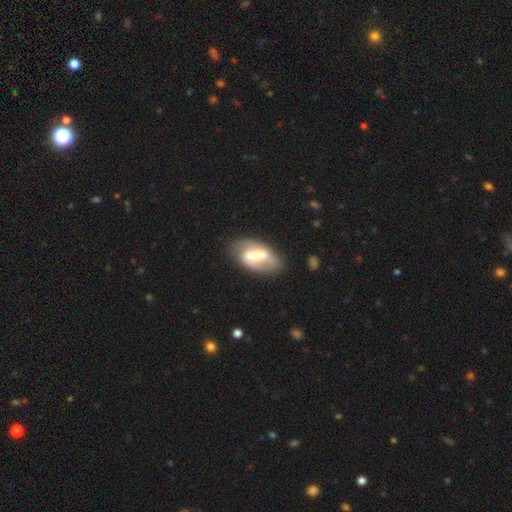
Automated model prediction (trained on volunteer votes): Overall: featured or disk (64%; smooth 30%). Edge-on disk: no (94%). Bar: strong (61%; weak 29%). Spiral arms: yes (73%). Bulge size: moderate (35%; small 28%). Merging: none (68%).